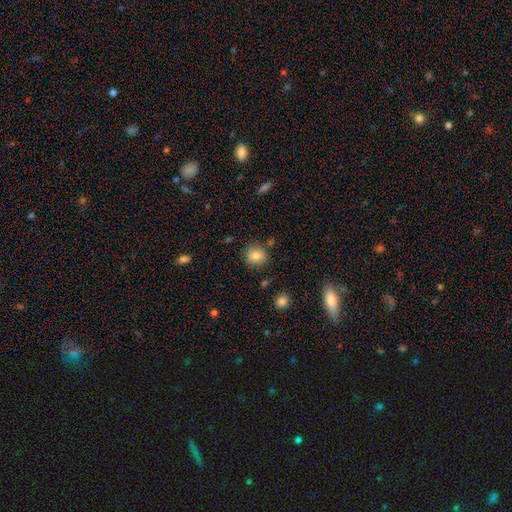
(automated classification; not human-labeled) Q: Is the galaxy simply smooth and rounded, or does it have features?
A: smooth — 82%.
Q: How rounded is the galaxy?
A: round — 84%.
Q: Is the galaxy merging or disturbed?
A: none — 81%.